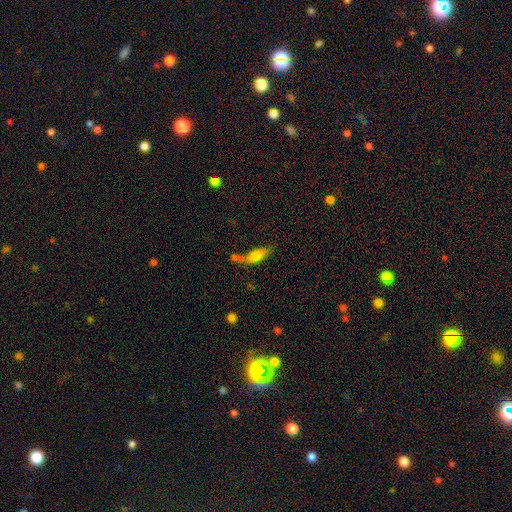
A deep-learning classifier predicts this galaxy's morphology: Q: Smooth or featured?
A: smooth (73%); runner-up: featured or disk (19%)
Q: How rounded?
A: in between (67%); runner-up: cigar-shaped (29%)
Q: Merging?
A: none (42%); runner-up: merger (31%)